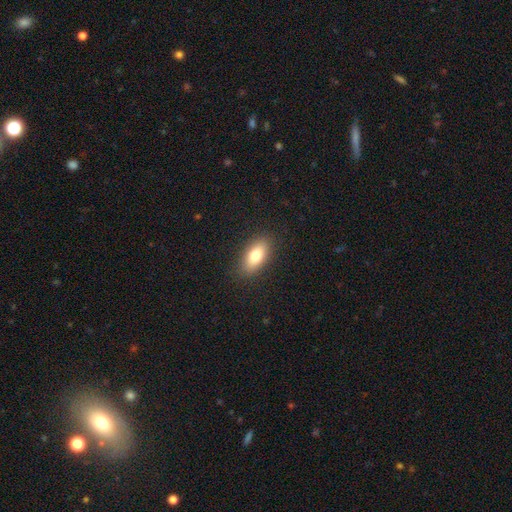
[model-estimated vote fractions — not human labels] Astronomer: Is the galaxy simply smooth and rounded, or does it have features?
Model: smooth — 77%.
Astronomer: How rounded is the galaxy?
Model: in between — 85%.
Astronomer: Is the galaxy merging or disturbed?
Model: none — 88%.